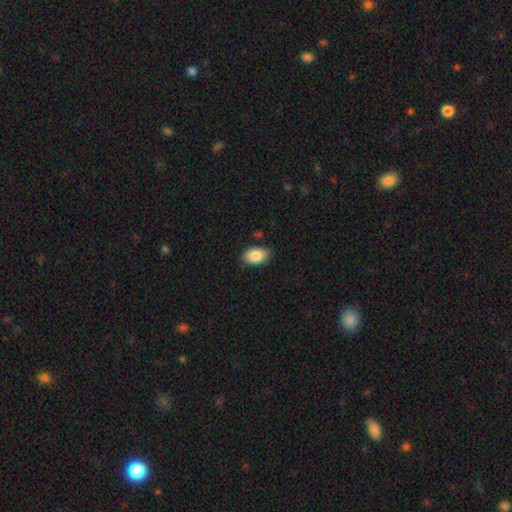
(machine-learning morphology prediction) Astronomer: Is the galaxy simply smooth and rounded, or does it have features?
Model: smooth — 86%.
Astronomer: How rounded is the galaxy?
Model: in between — 91%.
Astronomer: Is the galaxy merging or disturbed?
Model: none — 83%.